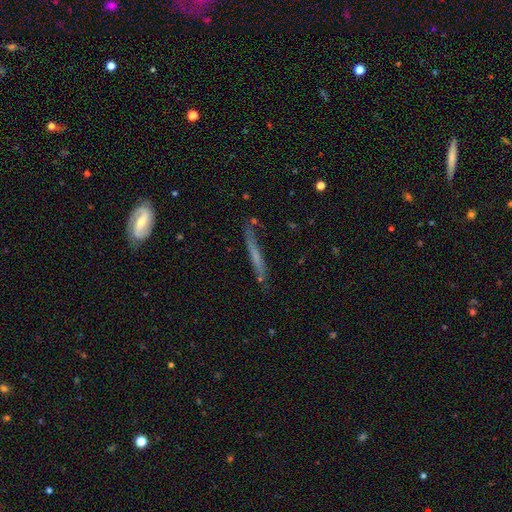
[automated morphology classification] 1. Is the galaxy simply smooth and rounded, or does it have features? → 48% smooth, 44% featured or disk, 8% star or artifact.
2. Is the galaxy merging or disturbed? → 73% none, 18% minor disturbance, 5% major disturbance, 4% merger.